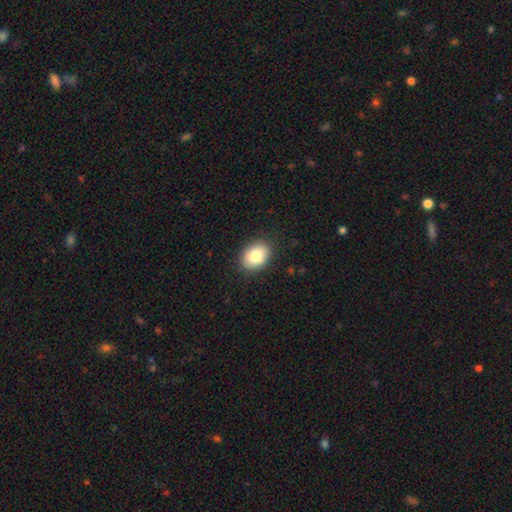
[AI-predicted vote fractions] This appears to be a smooth galaxy with no disk features (84%) that is in between round and cigar-shaped (70%). Merging: none (88%).